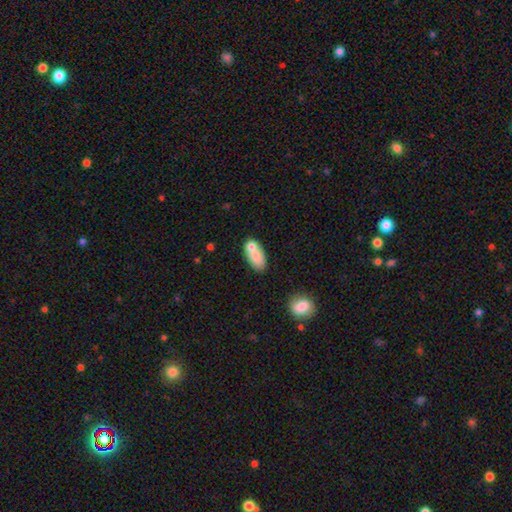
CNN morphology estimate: A smooth galaxy with no disk features (74%) that is in between round and cigar-shaped (87%).

Vote fractions:
- Smooth or featured? smooth: 74% / featured or disk: 18% / star or artifact: 8%
- How rounded? in between: 87% / cigar-shaped: 7% / round: 6%
- Merging? none: 46% / merger: 36% / minor disturbance: 14% / major disturbance: 5%